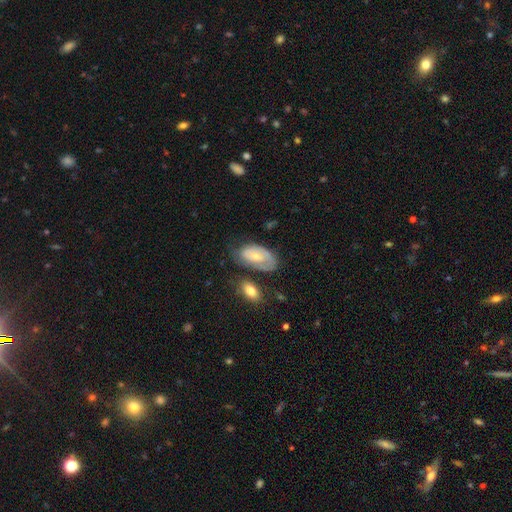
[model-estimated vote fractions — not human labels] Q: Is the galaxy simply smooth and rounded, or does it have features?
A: featured or disk — 50%.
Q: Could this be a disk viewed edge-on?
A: no — 94%.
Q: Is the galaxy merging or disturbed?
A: none — 47%.